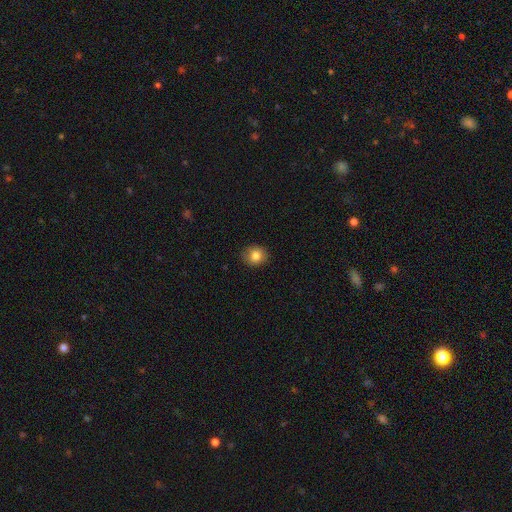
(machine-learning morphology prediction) This appears to be a smooth galaxy with no disk features (84%) that is round (73%). Merging: none (86%).